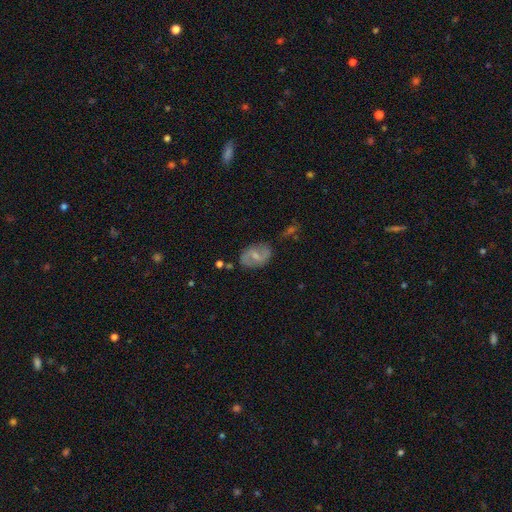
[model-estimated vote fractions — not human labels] featured or disk 57%, smooth 35%, star or artifact 8%. Down the decision tree: edge-on disk — no (96%); bar — weak (50%); spiral arms — yes (75%); bulge size — moderate (49%); merging — none (73%).